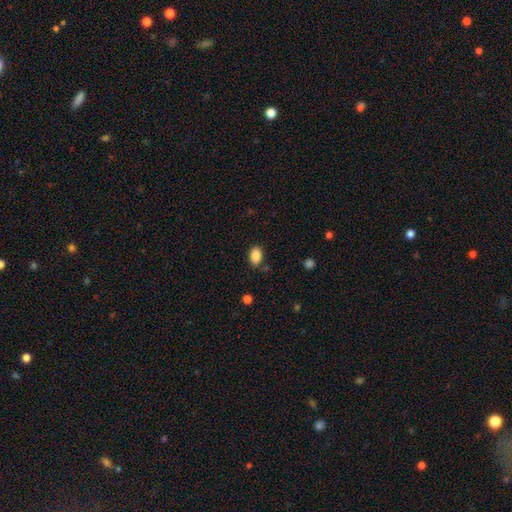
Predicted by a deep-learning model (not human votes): The model was most divided on "merging": none: 82%, minor disturbance: 13%, major disturbance: 3%, merger: 3%. More confident: smooth or featured — smooth (87%); how rounded — in between (87%).